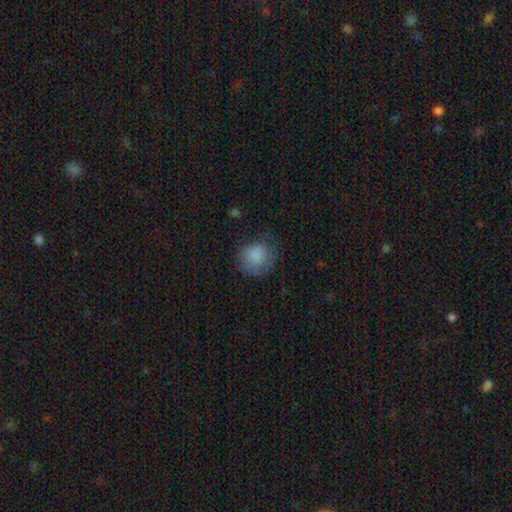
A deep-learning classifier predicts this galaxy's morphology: smooth_or_featured: smooth (p=0.83) [alt: featured or disk p=0.08]
how_rounded: round (p=0.82) [alt: in between p=0.18]
merging: none (p=0.64) [alt: minor disturbance p=0.23]